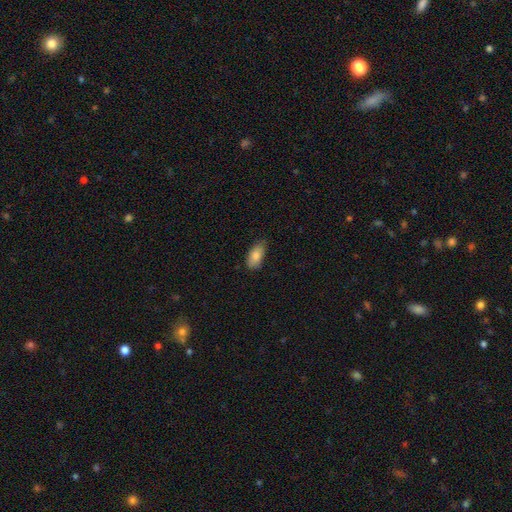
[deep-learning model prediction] Overall: smooth (82%). How rounded: in between (91%). Merging: none (76%).